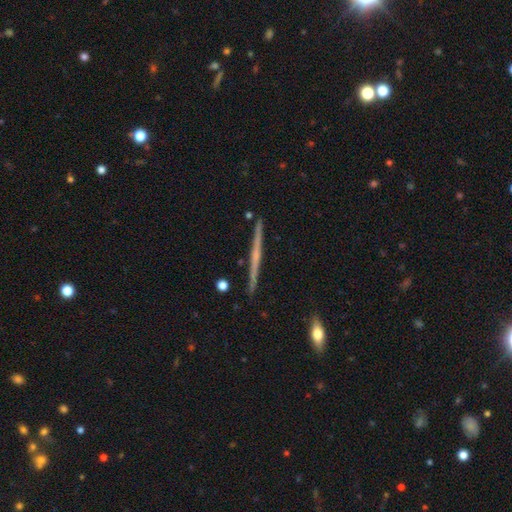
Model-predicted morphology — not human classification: Smooth or featured? Predicted: featured or disk (p=0.71). Edge-on disk? Predicted: yes (p=0.98). Edge-on bulge? Predicted: none (p=0.57). Merging? Predicted: none (p=0.92).